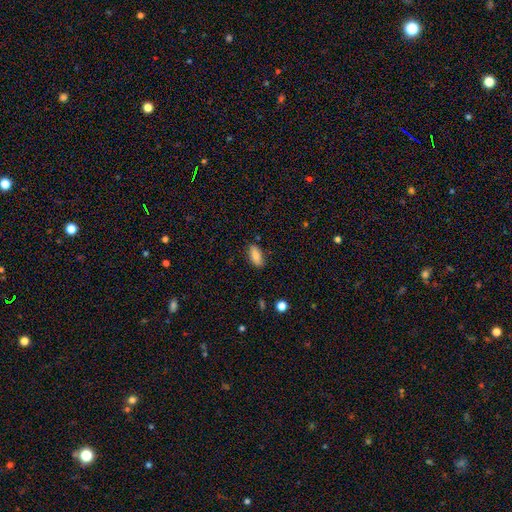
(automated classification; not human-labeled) smooth 83%, featured or disk 9%, star or artifact 7%. Down the decision tree: how rounded — in between (87%); merging — none (80%).